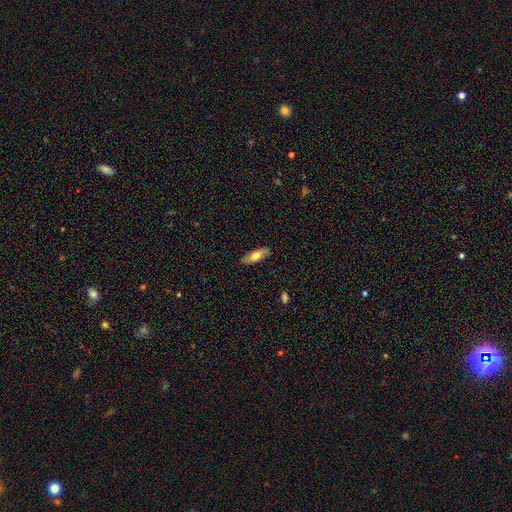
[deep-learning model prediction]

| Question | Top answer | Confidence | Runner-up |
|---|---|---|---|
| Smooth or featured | smooth | 66% | featured or disk (27%) |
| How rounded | in between | 61% | cigar-shaped (36%) |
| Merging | none | 86% | minor disturbance (11%) |